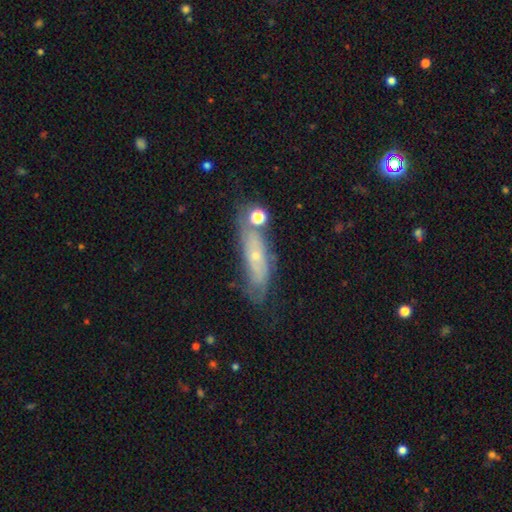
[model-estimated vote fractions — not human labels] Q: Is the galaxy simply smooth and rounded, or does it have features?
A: featured or disk — 54%.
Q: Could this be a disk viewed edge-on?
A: no — 72%.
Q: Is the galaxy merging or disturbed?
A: none — 54%.